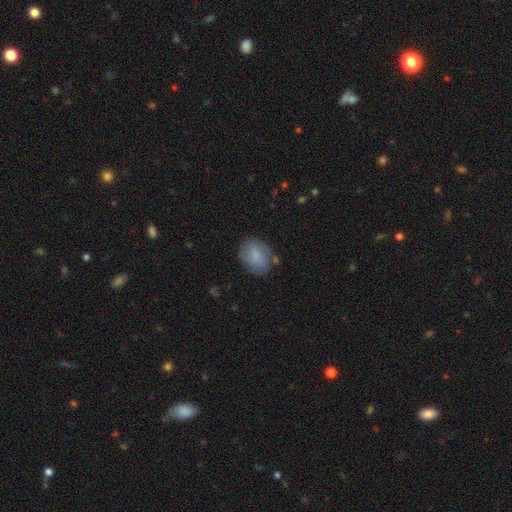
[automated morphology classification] Smooth or featured: smooth — 79% (featured or disk — 14%)
How rounded: in between — 59% (round — 40%)
Merging: none — 71% (minor disturbance — 19%)